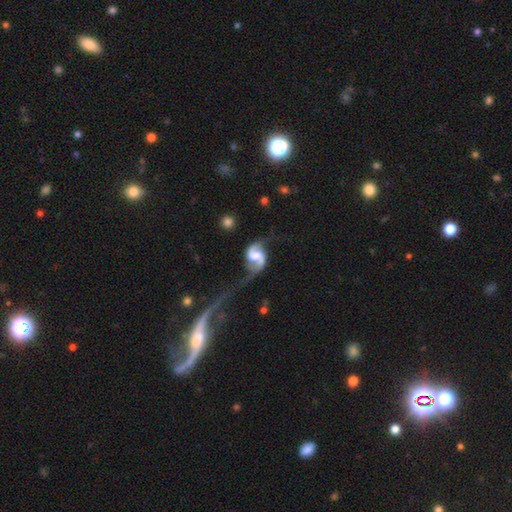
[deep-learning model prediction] smooth_or_featured: featured or disk (p=0.88) [alt: smooth p=0.07]
disk_edge_on: no (p=0.98) [alt: yes p=0.02]
bar: weak (p=0.49) [alt: no p=0.28]
has_spiral_arms: yes (p=0.97) [alt: no p=0.03]
spiral_winding: loose (p=0.60) [alt: medium p=0.32]
spiral_arm_count: 2 (p=0.93) [alt: 1 p=0.02]
bulge_size: moderate (p=0.49) [alt: large p=0.25]
merging: none (p=0.50) [alt: major disturbance p=0.23]